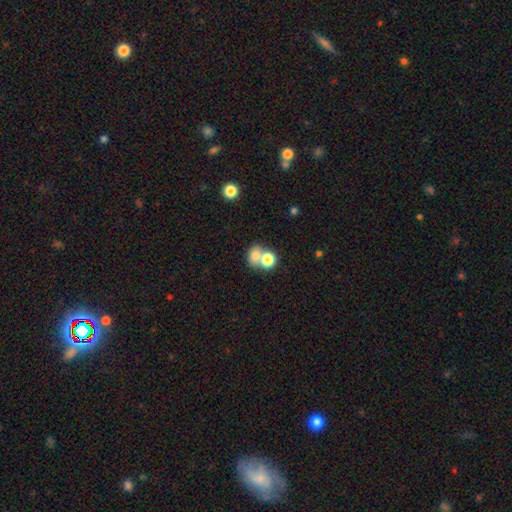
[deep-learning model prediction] Q: Smooth or featured?
A: smooth (76%); runner-up: featured or disk (12%)
Q: How rounded?
A: round (59%); runner-up: in between (40%)
Q: Merging?
A: merger (55%); runner-up: none (34%)